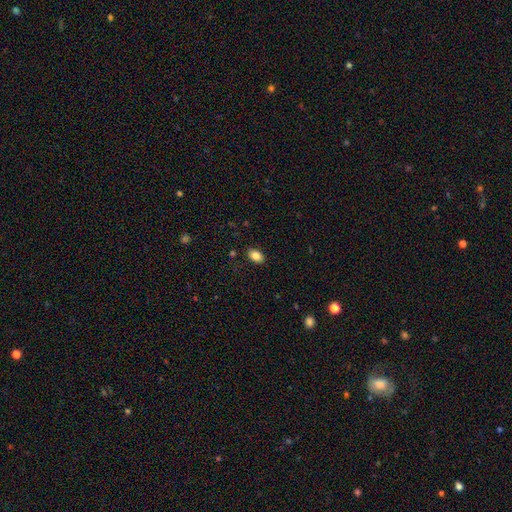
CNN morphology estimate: type=smooth (84%); roundness=in between (85%); merging=none (87%).